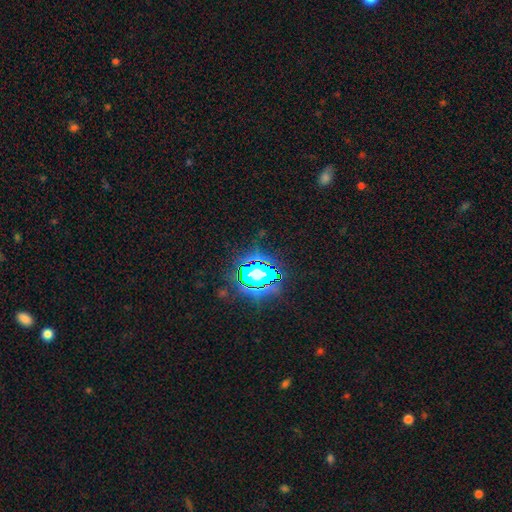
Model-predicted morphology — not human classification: Smooth or featured: star or artifact — 68% (smooth — 20%)